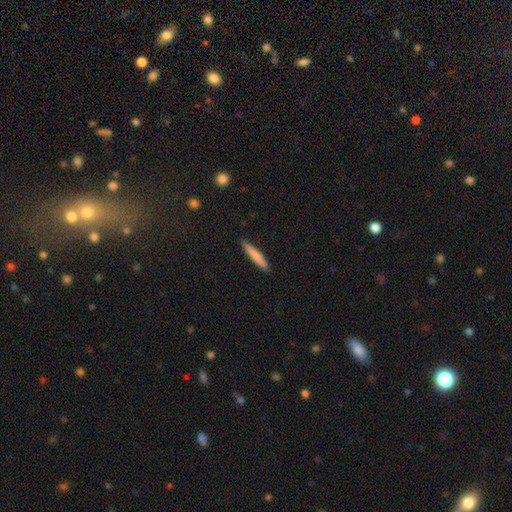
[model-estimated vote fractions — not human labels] This is likely a smooth galaxy (76%). How rounded: clearly cigar-shaped (93%). Merging: clearly none (90%).